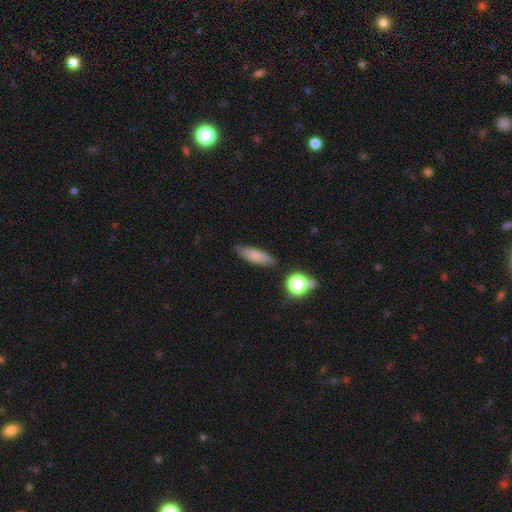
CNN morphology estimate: A smooth galaxy with no disk features (74%) that is in between round and cigar-shaped (51%).

Vote fractions:
- Smooth or featured? smooth: 74% / featured or disk: 18% / star or artifact: 9%
- How rounded? in between: 51% / cigar-shaped: 45% / round: 4%
- Merging? none: 77% / minor disturbance: 16% / major disturbance: 4% / merger: 3%